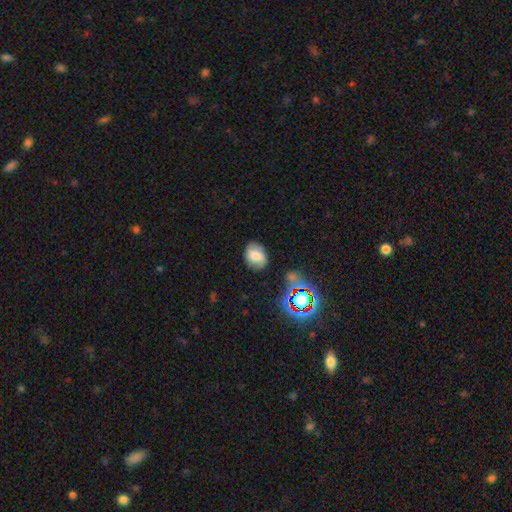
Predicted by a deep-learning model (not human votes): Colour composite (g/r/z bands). It shows a smooth galaxy with no disk features (67%) that is in between round and cigar-shaped (59%). Merging: none (78%).